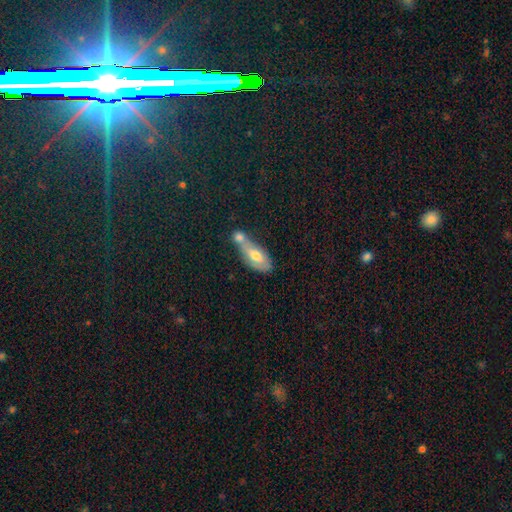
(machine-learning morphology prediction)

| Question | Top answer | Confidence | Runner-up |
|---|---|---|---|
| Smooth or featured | smooth | 63% | featured or disk (30%) |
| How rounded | in between | 79% | cigar-shaped (17%) |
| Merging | merger | 55% | none (25%) |